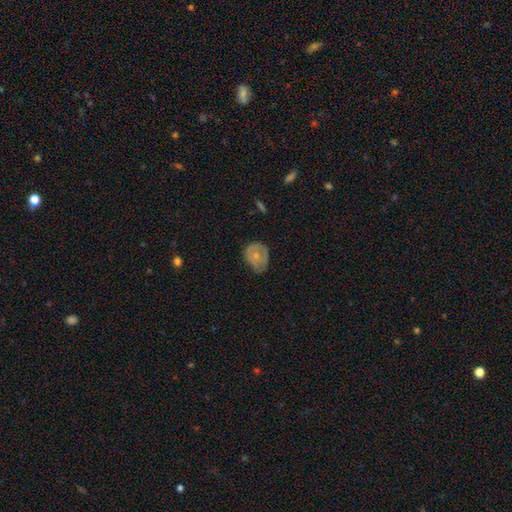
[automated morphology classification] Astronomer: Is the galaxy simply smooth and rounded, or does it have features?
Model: smooth — 52% (runner-up: featured or disk, 40%).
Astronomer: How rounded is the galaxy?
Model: round — 57% (runner-up: in between, 42%).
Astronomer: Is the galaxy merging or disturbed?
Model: none — 46% (runner-up: minor disturbance, 36%).